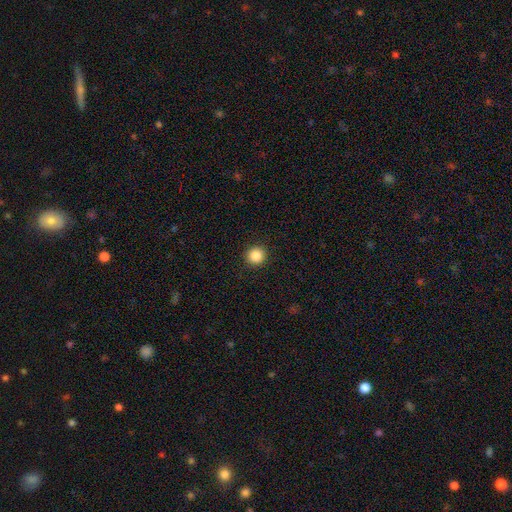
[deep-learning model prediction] Overall: smooth (87%). How rounded: round (93%). Merging: none (92%).